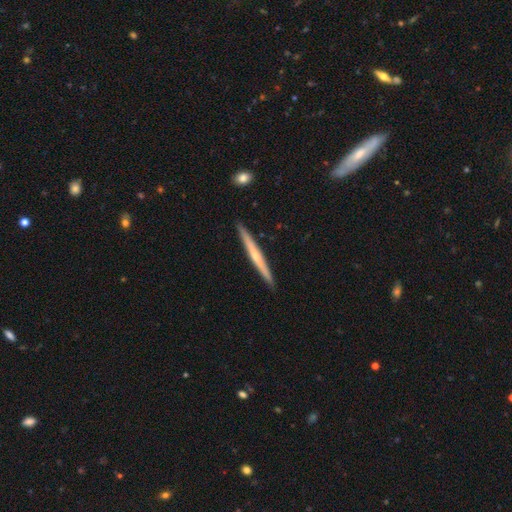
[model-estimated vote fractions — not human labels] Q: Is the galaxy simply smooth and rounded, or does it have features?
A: featured or disk — 60%.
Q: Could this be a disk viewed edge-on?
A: yes — 97%.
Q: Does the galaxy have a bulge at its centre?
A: rounded — 50%.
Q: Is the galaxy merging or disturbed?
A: none — 92%.